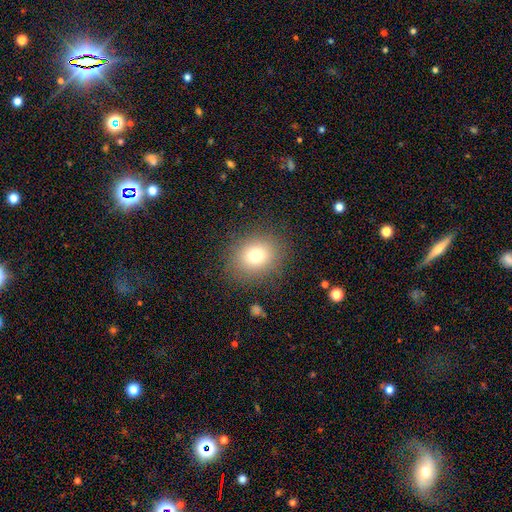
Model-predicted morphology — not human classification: Overall: smooth (75%). How rounded: round (69%; in between 30%). Merging: none (85%).